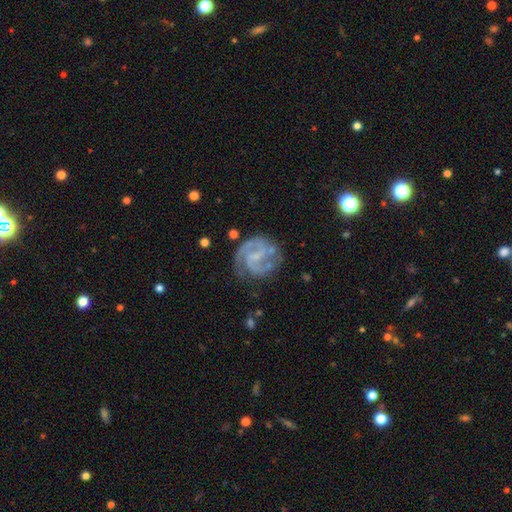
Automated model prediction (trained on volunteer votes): featured or disk 88%, smooth 7%, star or artifact 5%. Down the decision tree: edge-on disk — no (98%); bar — weak (49%); spiral arms — yes (96%); spiral arm count — 2 (73%); spiral winding — medium (50%); bulge size — small (50%); merging — none (70%).